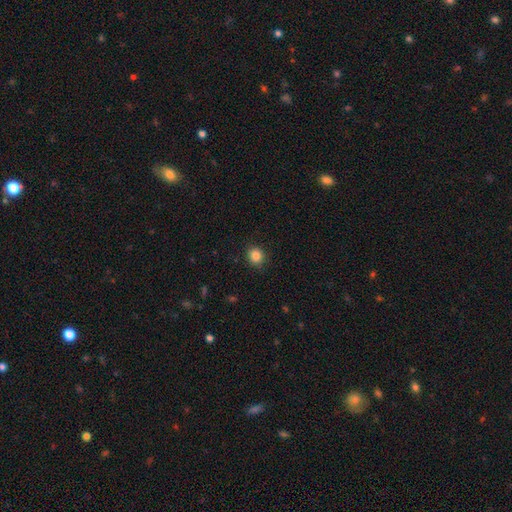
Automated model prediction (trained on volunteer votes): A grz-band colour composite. It shows a smooth galaxy with no disk features (85%) that is round (81%). Merging: none (89%).